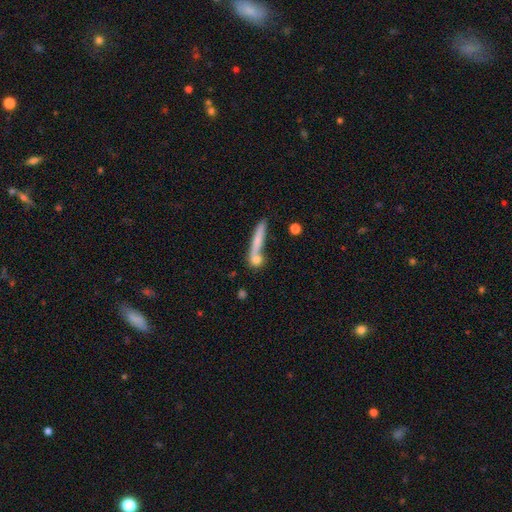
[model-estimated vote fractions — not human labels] Smooth or featured? smooth (70%)
How rounded? cigar-shaped (55%)
Merging? none (58%)